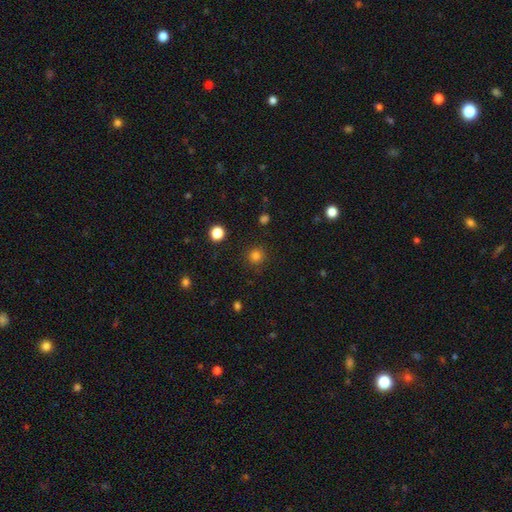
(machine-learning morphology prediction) type=smooth (81%); roundness=round (94%); merging=none (90%).